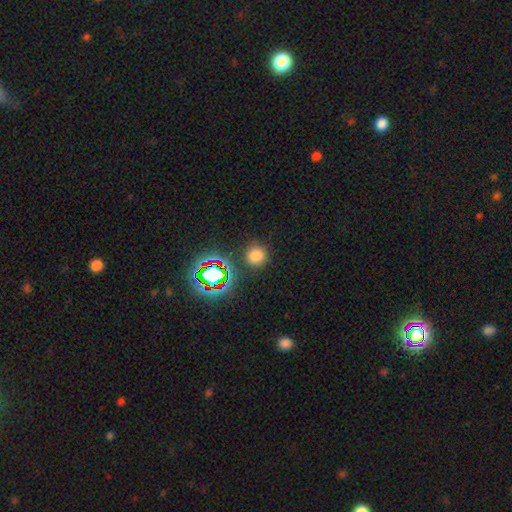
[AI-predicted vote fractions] Q: Smooth or featured?
A: smooth (74%); runner-up: star or artifact (20%)
Q: How rounded?
A: round (93%); runner-up: in between (6%)
Q: Merging?
A: none (87%); runner-up: minor disturbance (7%)